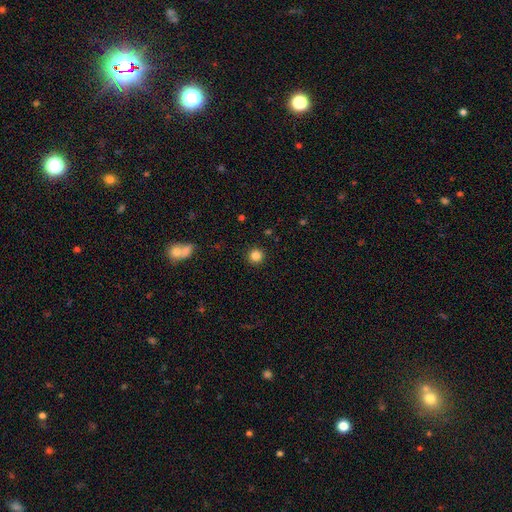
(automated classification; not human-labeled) smooth 84%, star or artifact 12%, featured or disk 4%. Down the decision tree: how rounded — round (95%); merging — none (92%).